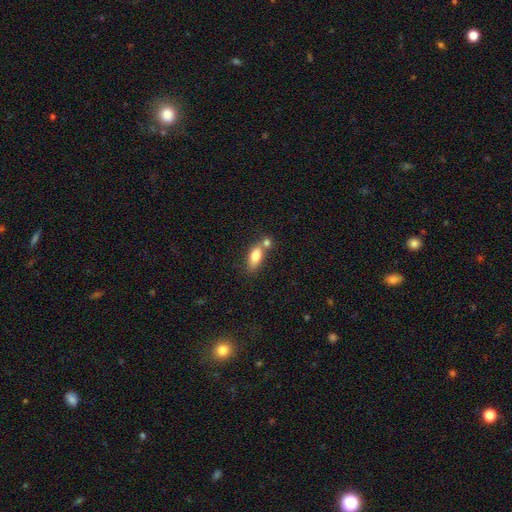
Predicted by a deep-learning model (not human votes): A smooth galaxy with no disk features (78%) that is in between round and cigar-shaped (81%). Merging: none (46%).